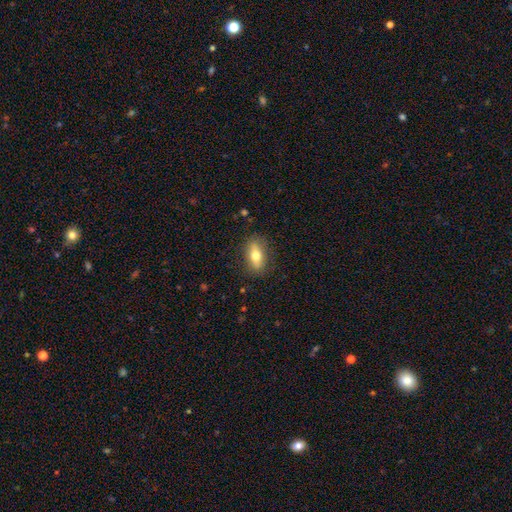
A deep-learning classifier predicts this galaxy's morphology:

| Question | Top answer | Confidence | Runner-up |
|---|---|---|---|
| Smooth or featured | smooth | 67% | featured or disk (25%) |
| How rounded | in between | 79% | cigar-shaped (14%) |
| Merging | none | 83% | minor disturbance (13%) |